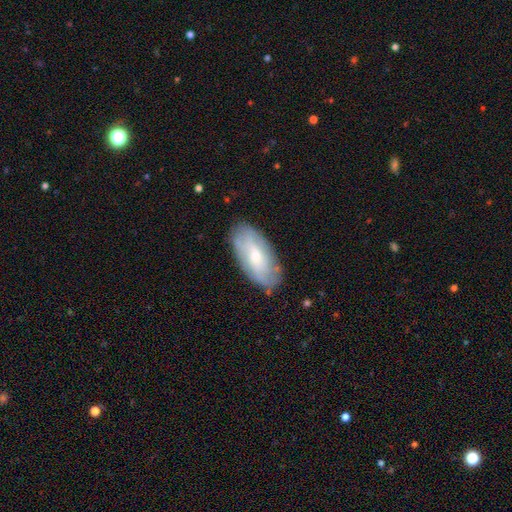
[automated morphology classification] type=smooth (48%); merging=none (78%).